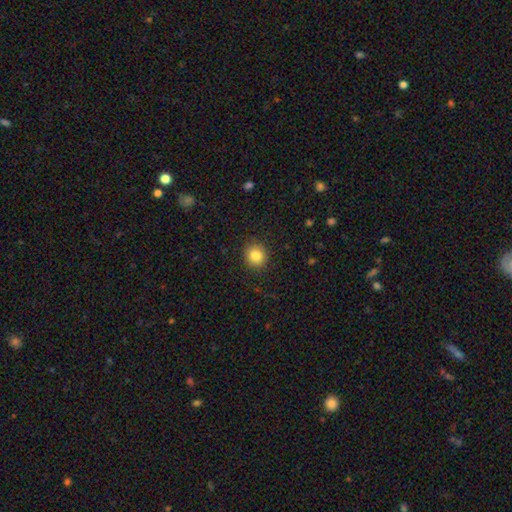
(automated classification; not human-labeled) Morphology: type=smooth (84%); roundness=round (89%); merging=none (90%).